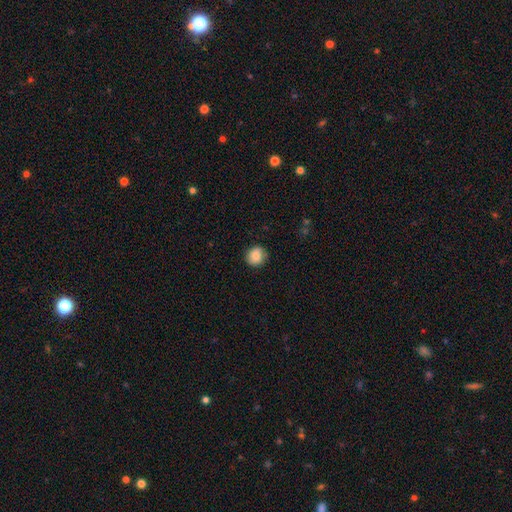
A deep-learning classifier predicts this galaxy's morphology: Smooth or featured? smooth (84%)
How rounded? round (83%)
Merging? none (83%)